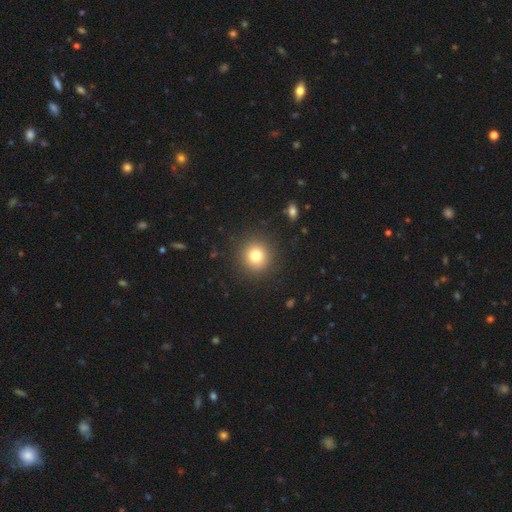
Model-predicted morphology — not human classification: Smooth or featured? smooth (79%)
How rounded? round (93%)
Merging? none (91%)